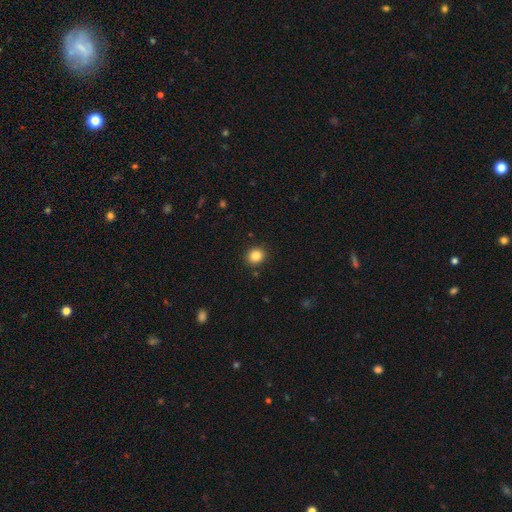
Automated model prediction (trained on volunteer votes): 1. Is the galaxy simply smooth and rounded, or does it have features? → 84% smooth, 11% star or artifact, 5% featured or disk.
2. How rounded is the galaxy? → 81% round, 18% in between, 1% cigar-shaped.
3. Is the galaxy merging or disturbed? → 90% none, 7% minor disturbance, 2% major disturbance, 1% merger.